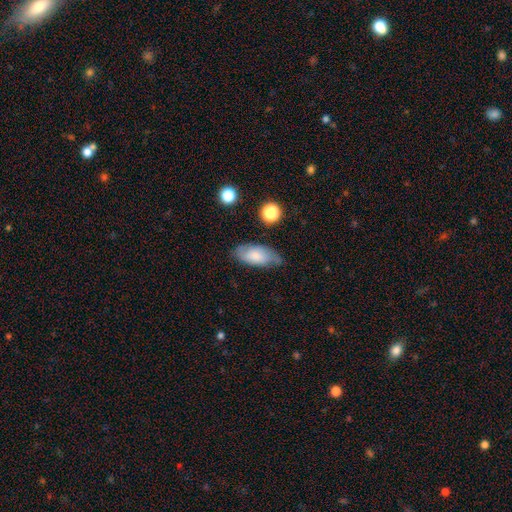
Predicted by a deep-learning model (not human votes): Smooth or featured? smooth (70%)
How rounded? in between (90%)
Merging? none (60%)